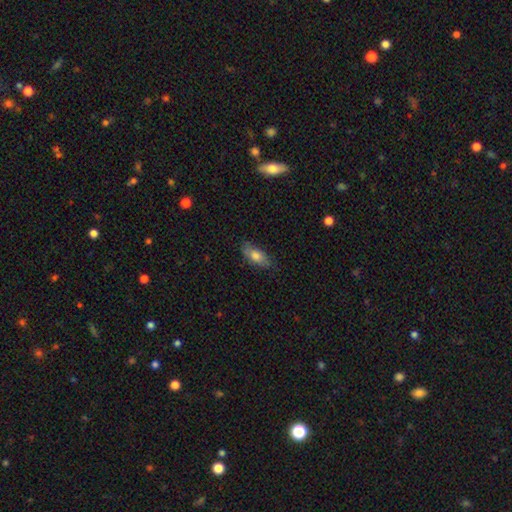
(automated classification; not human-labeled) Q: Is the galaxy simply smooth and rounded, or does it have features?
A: smooth — 75%.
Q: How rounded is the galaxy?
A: in between — 82%.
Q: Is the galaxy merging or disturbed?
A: none — 73%.